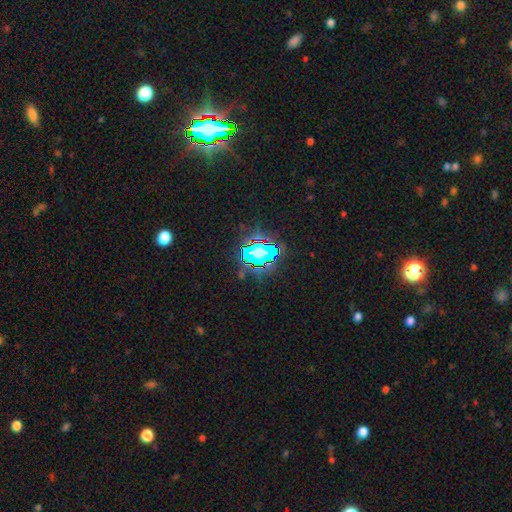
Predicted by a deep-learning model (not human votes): smooth_or_featured: star or artifact (p=0.73) [alt: smooth p=0.17]